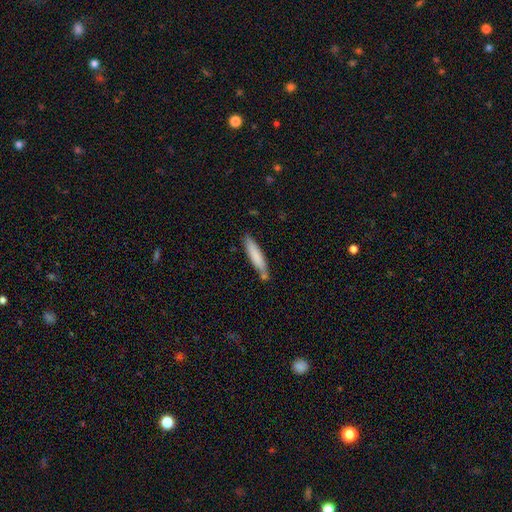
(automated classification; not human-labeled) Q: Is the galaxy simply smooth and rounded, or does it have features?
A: smooth — 80%.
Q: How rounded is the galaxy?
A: cigar-shaped — 87%.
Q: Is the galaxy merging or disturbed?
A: none — 73%.